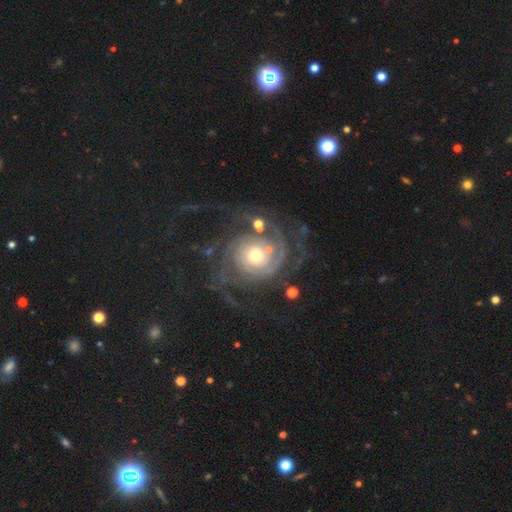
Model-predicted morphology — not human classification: Smooth or featured? Predicted: featured or disk (p=0.90). Edge-on disk? Predicted: no (p=0.98). Bar? Predicted: no (p=0.80). Spiral arms? Predicted: yes (p=0.97). Spiral winding? Predicted: tight (p=0.66). Spiral arm count? Predicted: 2 (p=0.24). Bulge size? Predicted: moderate (p=0.56). Merging? Predicted: none (p=0.60).